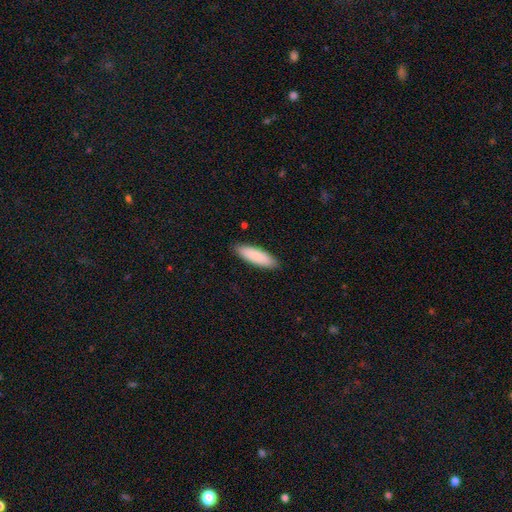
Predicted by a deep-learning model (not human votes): This appears to be a smooth galaxy with no disk features (86%) that is cigar-shaped (51%). Merging: none (89%).